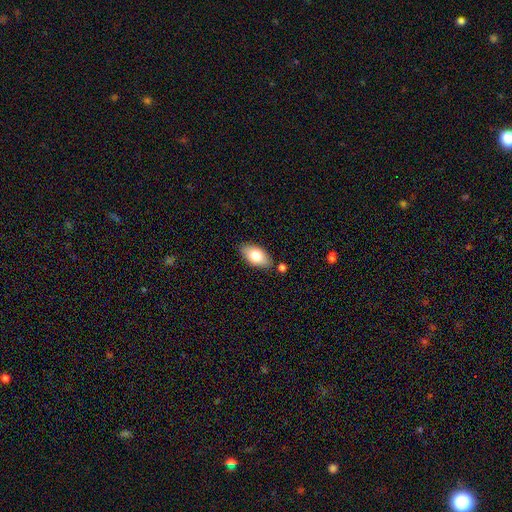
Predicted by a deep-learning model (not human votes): Smooth or featured?
  - smooth: 77% *
  - featured or disk: 16%
  - star or artifact: 7%
How rounded?
  - in between: 94% *
  - round: 3%
  - cigar-shaped: 3%
Merging?
  - none: 81% *
  - minor disturbance: 12%
  - merger: 5%
  - major disturbance: 2%